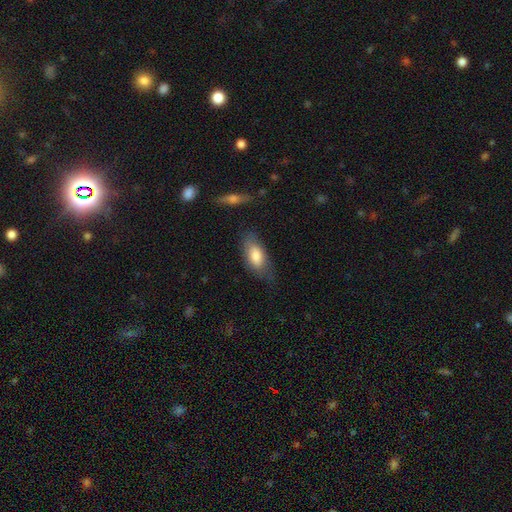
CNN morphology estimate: type=smooth (77%); roundness=in between (85%); merging=none (66%).